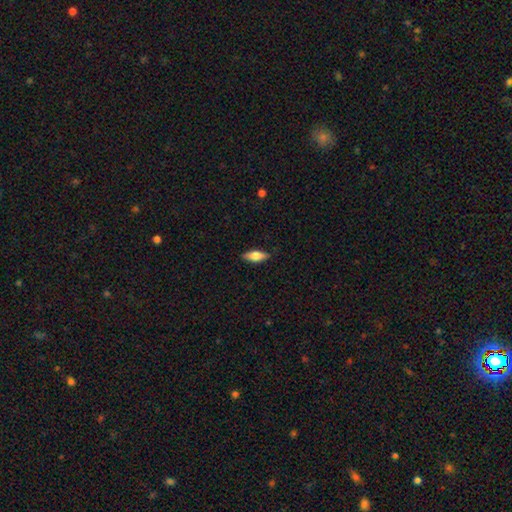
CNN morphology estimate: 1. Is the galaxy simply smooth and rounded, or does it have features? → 66% smooth, 28% featured or disk, 7% star or artifact.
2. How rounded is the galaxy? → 69% in between, 28% cigar-shaped, 3% round.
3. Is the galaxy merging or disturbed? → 86% none, 11% minor disturbance, 2% major disturbance, 1% merger.